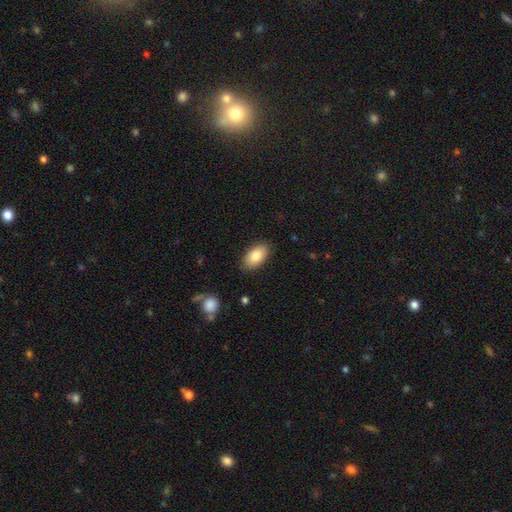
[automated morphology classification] Smooth or featured?
  - smooth: 83% *
  - featured or disk: 10%
  - star or artifact: 7%
How rounded?
  - in between: 94% *
  - round: 4%
  - cigar-shaped: 2%
Merging?
  - none: 86% *
  - minor disturbance: 10%
  - major disturbance: 2%
  - merger: 1%